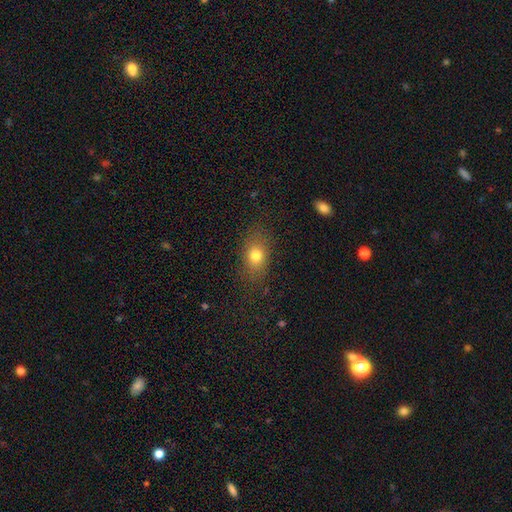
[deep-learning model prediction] Q: Smooth or featured?
A: smooth (77%); runner-up: star or artifact (12%)
Q: How rounded?
A: in between (68%); runner-up: round (29%)
Q: Merging?
A: none (81%); runner-up: minor disturbance (13%)